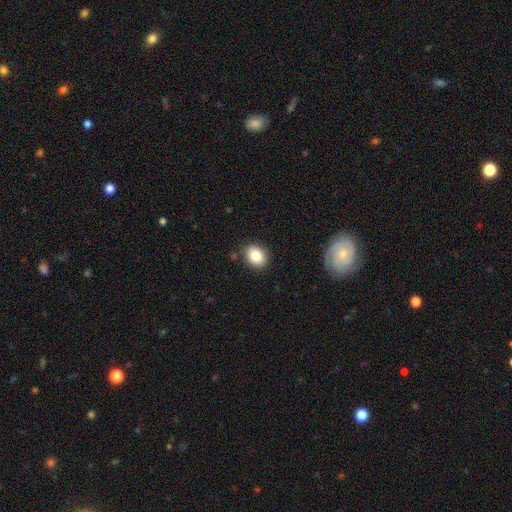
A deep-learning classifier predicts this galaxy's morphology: Smooth or featured? Predicted: smooth (p=0.84). How rounded? Predicted: round (p=0.53). Merging? Predicted: none (p=0.88).